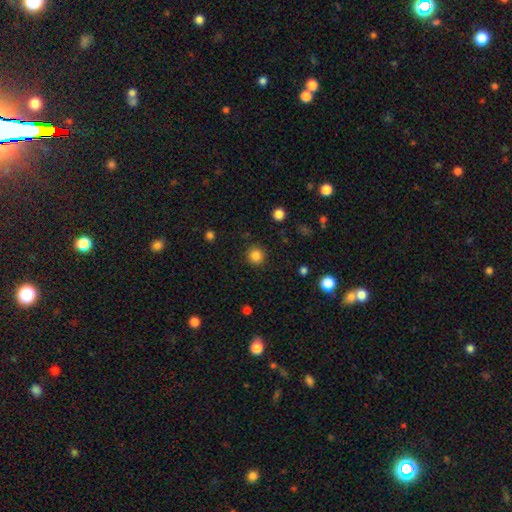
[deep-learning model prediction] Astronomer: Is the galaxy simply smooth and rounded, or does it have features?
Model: smooth — 84%.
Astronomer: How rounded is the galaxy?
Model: round — 94%.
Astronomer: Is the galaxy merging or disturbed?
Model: none — 90%.